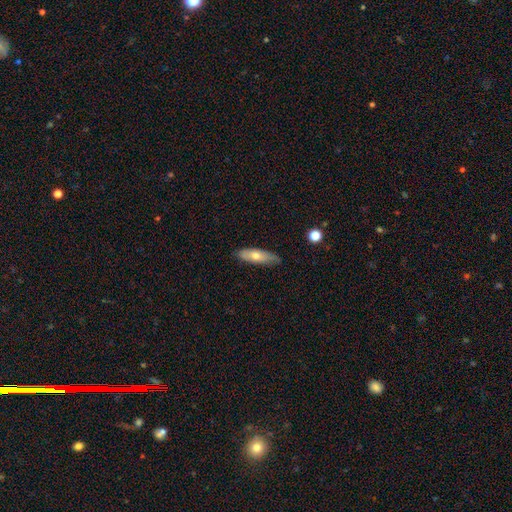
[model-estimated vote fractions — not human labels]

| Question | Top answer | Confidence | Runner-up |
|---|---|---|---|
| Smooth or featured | smooth | 64% | featured or disk (30%) |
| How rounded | cigar-shaped | 51% | in between (47%) |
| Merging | none | 79% | minor disturbance (17%) |